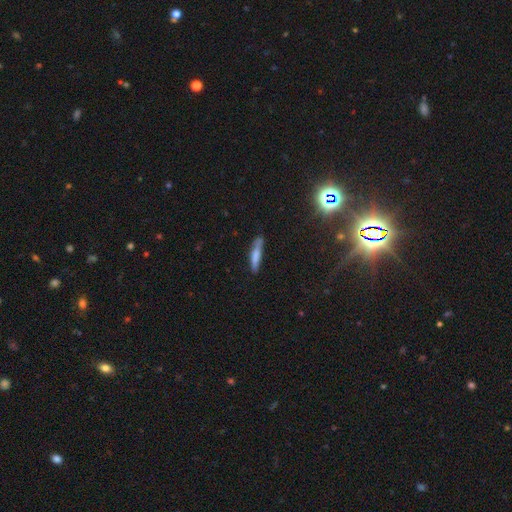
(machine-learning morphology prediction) Smooth or featured? Predicted: smooth (p=0.68). How rounded? Predicted: cigar-shaped (p=0.87). Merging? Predicted: none (p=0.72).